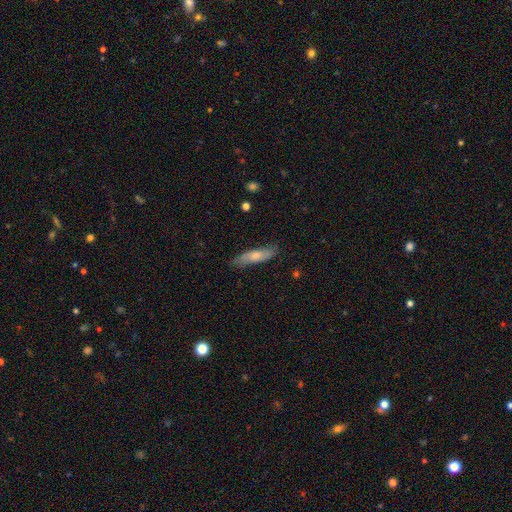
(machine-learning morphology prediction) Overall: smooth (67%; featured or disk 27%). How rounded: cigar-shaped (68%; in between 31%). Merging: none (80%).